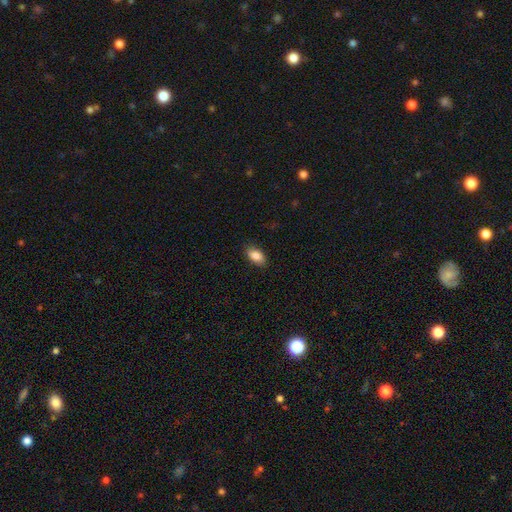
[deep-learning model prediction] Smooth or featured?
  - smooth: 86% *
  - star or artifact: 7%
  - featured or disk: 7%
How rounded?
  - in between: 92% *
  - round: 5%
  - cigar-shaped: 3%
Merging?
  - none: 87% *
  - minor disturbance: 10%
  - major disturbance: 2%
  - merger: 1%